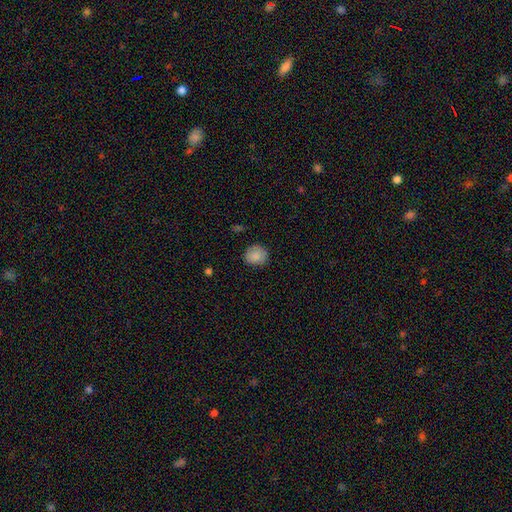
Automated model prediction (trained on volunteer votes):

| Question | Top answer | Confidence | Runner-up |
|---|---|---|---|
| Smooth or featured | smooth | 86% | star or artifact (8%) |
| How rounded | round | 79% | in between (20%) |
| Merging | none | 82% | minor disturbance (14%) |